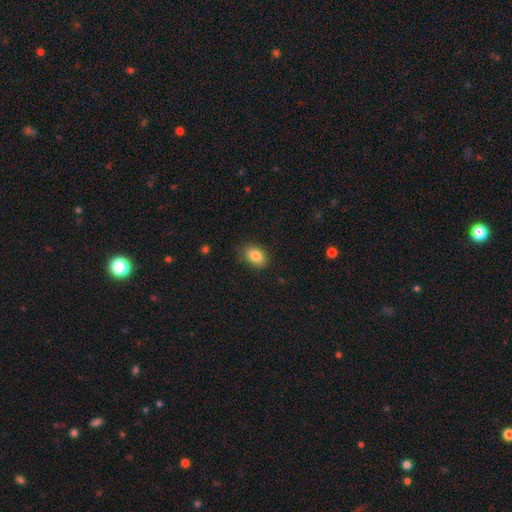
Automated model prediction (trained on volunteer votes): Smooth or featured?
  - smooth: 84% *
  - star or artifact: 8%
  - featured or disk: 7%
How rounded?
  - in between: 82% *
  - round: 17%
  - cigar-shaped: 1%
Merging?
  - none: 83% *
  - minor disturbance: 14%
  - major disturbance: 3%
  - merger: 1%